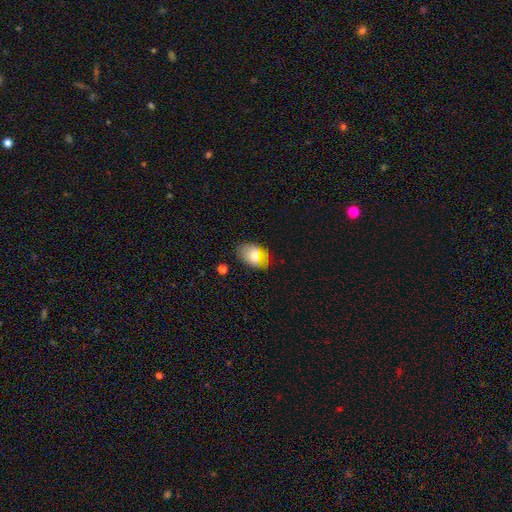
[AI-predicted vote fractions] Smooth or featured? smooth (71%)
How rounded? in between (83%)
Merging? none (72%)